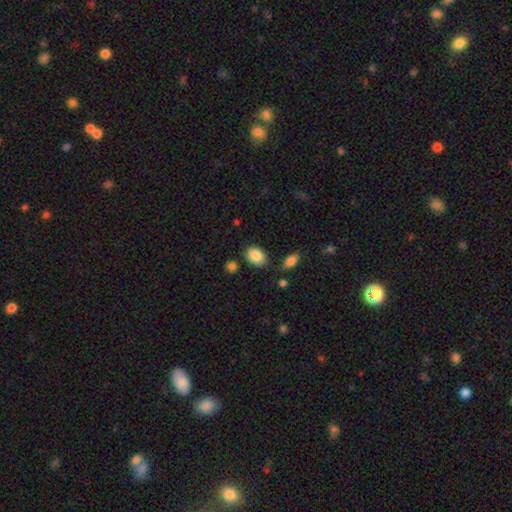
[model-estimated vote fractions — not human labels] A smooth galaxy with no disk features (87%) that is in between round and cigar-shaped (74%).

Vote fractions:
- Smooth or featured? smooth: 87% / star or artifact: 8% / featured or disk: 6%
- How rounded? in between: 74% / round: 25% / cigar-shaped: 1%
- Merging? none: 79% / minor disturbance: 13% / merger: 5% / major disturbance: 3%